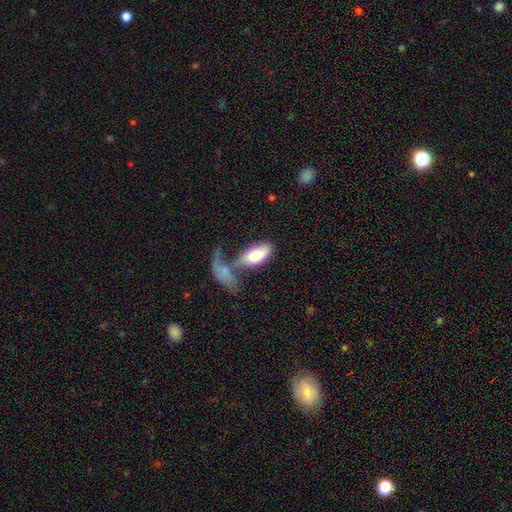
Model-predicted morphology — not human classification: smooth_or_featured: smooth (p=0.72) [alt: featured or disk p=0.22]
how_rounded: in between (p=0.86) [alt: cigar-shaped p=0.11]
merging: merger (p=0.44) [alt: none p=0.27]